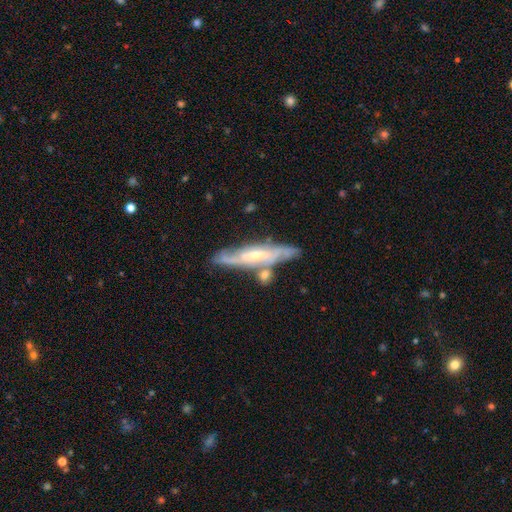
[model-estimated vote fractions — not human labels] Q: Smooth or featured?
A: featured or disk (76%); runner-up: smooth (18%)
Q: Edge-on disk?
A: yes (52%); runner-up: no (48%)
Q: Merging?
A: none (60%); runner-up: minor disturbance (18%)